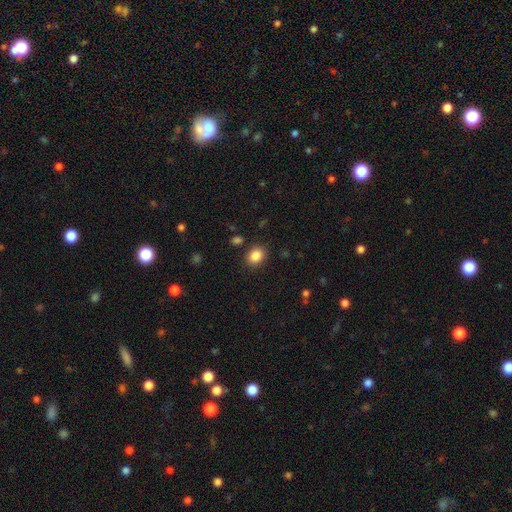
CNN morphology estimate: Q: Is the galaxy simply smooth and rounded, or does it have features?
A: smooth — 86%.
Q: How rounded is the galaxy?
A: in between — 51%.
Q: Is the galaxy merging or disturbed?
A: none — 85%.